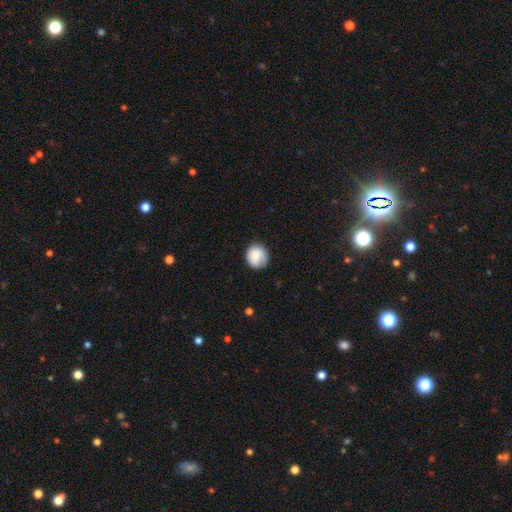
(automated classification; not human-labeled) Overall: smooth (81%). How rounded: round (83%). Merging: none (75%).